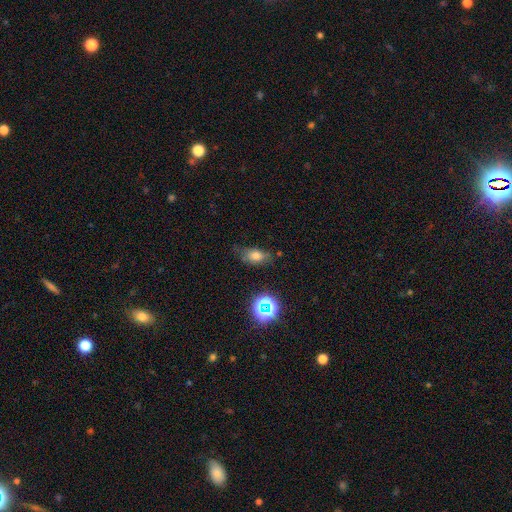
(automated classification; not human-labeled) A smooth galaxy with no disk features (70%) that is in between round and cigar-shaped (81%).

Vote fractions:
- Smooth or featured? smooth: 70% / star or artifact: 16% / featured or disk: 14%
- How rounded? in between: 81% / round: 13% / cigar-shaped: 6%
- Merging? none: 66% / minor disturbance: 24% / major disturbance: 7% / merger: 3%